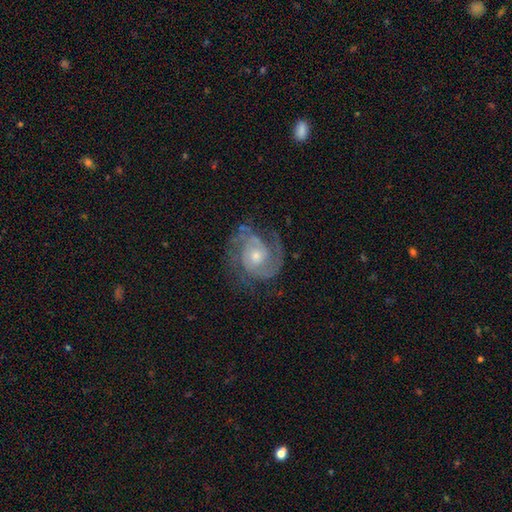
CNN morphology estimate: type=featured or disk (89%); edge-on=no (98%); bar=no (67%); spiral arms=yes (97%); winding=tight (54%); arm count=2 (60%); bulge=moderate (54%); merging=none (72%).